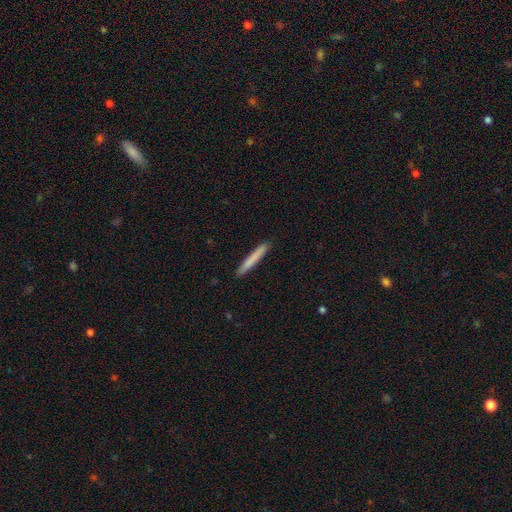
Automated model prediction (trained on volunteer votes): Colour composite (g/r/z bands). It shows a smooth galaxy with no disk features (76%) that is cigar-shaped (97%). Merging: none (92%).